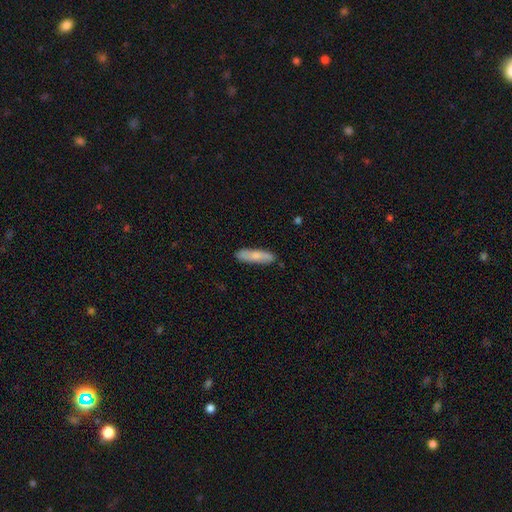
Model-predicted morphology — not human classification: A smooth galaxy with no disk features (75%) that is cigar-shaped (69%). Merging: none (85%).